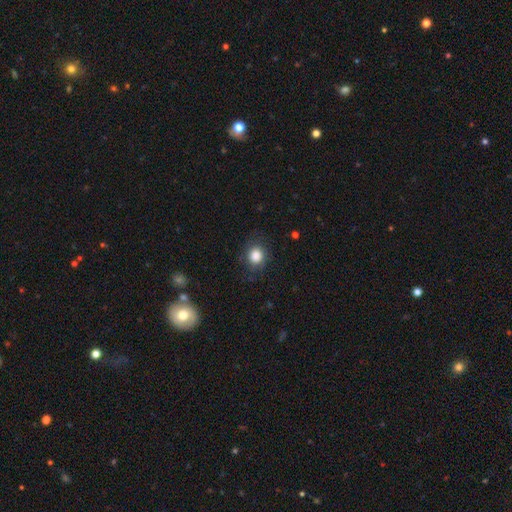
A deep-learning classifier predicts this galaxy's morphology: The model was most divided on "how rounded": round: 75%, in between: 24%, cigar-shaped: 1%. More confident: smooth or featured — smooth (84%); merging — none (81%).